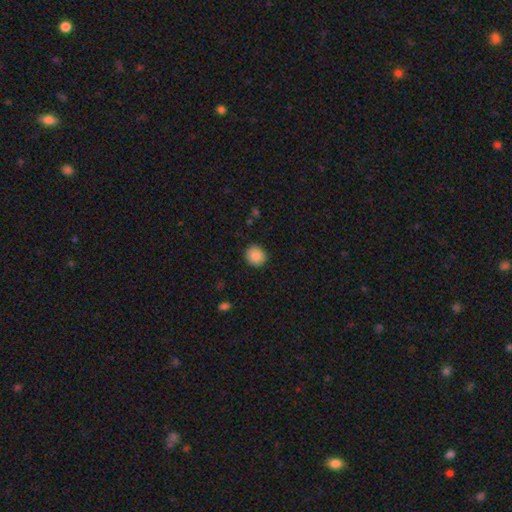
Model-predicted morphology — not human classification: The model was most divided on "how rounded": round: 84%, in between: 15%, cigar-shaped: 1%. More confident: merging — none (89%); smooth or featured — smooth (88%).